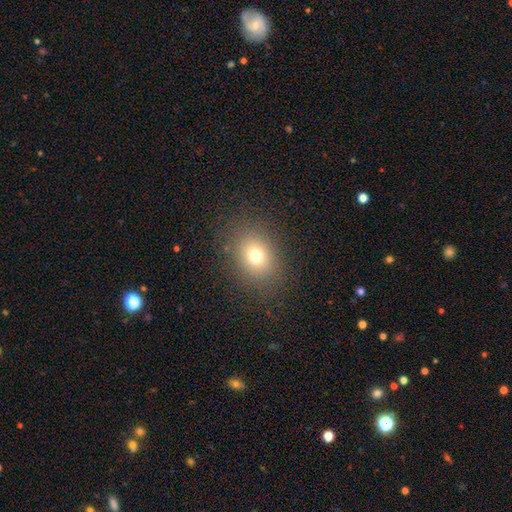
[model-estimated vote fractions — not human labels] Smooth or featured? Predicted: smooth (p=0.72). How rounded? Predicted: in between (p=0.52). Merging? Predicted: none (p=0.84).